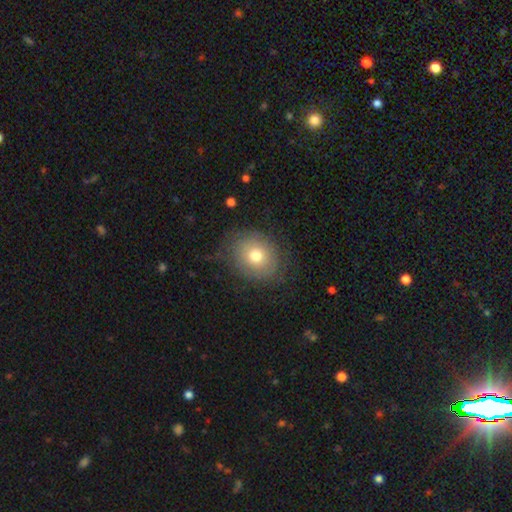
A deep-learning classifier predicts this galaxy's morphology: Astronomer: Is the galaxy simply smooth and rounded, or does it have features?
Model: smooth — 59%.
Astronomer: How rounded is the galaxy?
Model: round — 62% (runner-up: in between, 38%).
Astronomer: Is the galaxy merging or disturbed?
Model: none — 72%.